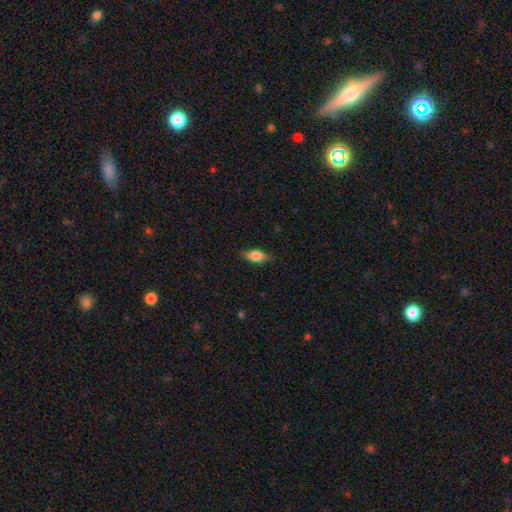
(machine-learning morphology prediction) The model was most divided on "smooth or featured": smooth: 74%, featured or disk: 18%, star or artifact: 7%. More confident: how rounded — in between (82%); merging — none (80%).